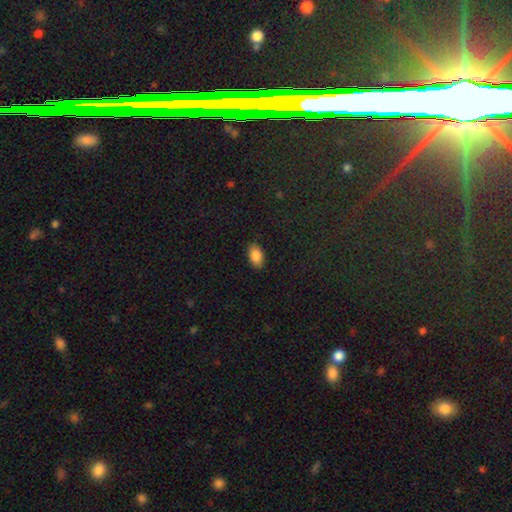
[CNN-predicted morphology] smooth 87%, star or artifact 8%, featured or disk 6%. Down the decision tree: how rounded — in between (92%); merging — none (86%).